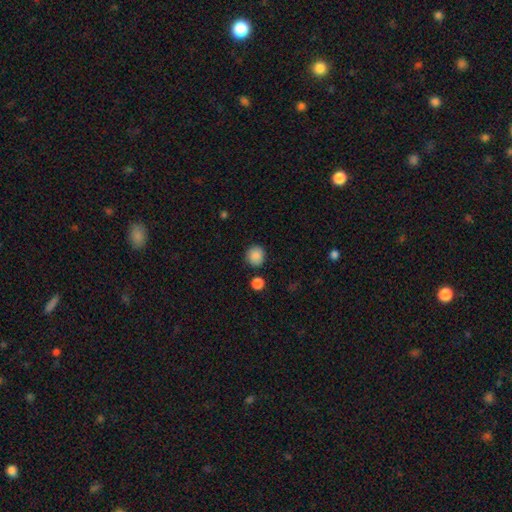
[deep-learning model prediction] The model was most divided on "merging": none: 86%, minor disturbance: 8%, merger: 4%, major disturbance: 2%. More confident: how rounded — round (90%); smooth or featured — smooth (88%).